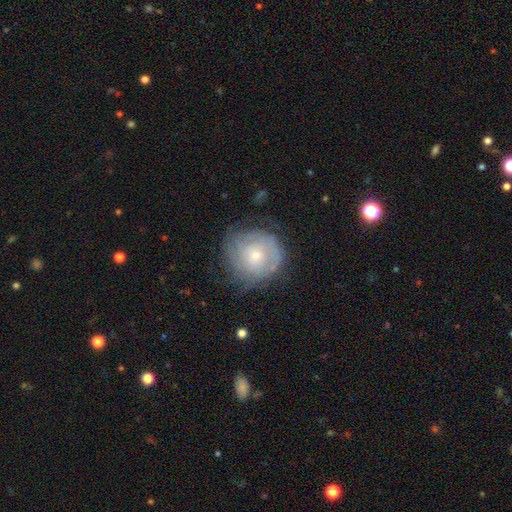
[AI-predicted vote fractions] Smooth or featured: featured or disk — 64% (smooth — 29%)
Edge-on disk: no — 97% (yes — 3%)
Bar: no — 79% (weak — 18%)
Spiral arms: yes — 81% (no — 19%)
Spiral winding: tight — 70% (medium — 22%)
Spiral arm count: can't tell — 55% (2 — 17%)
Bulge size: small — 62% (moderate — 34%)
Merging: none — 68% (minor disturbance — 21%)